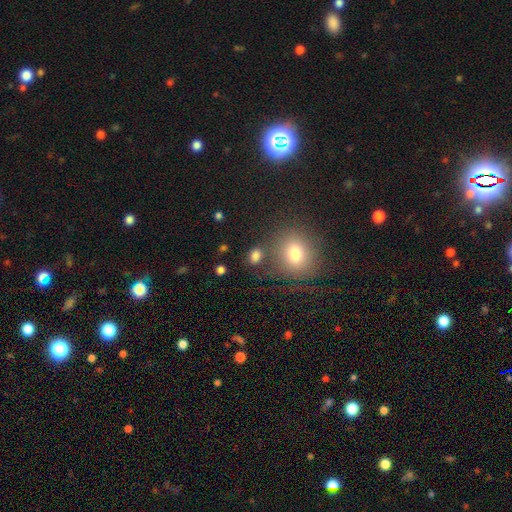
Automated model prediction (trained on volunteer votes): Smooth or featured?
  - smooth: 78% *
  - star or artifact: 15%
  - featured or disk: 7%
How rounded?
  - in between: 55% *
  - round: 43%
  - cigar-shaped: 2%
Merging?
  - none: 72% *
  - minor disturbance: 12%
  - merger: 11%
  - major disturbance: 6%